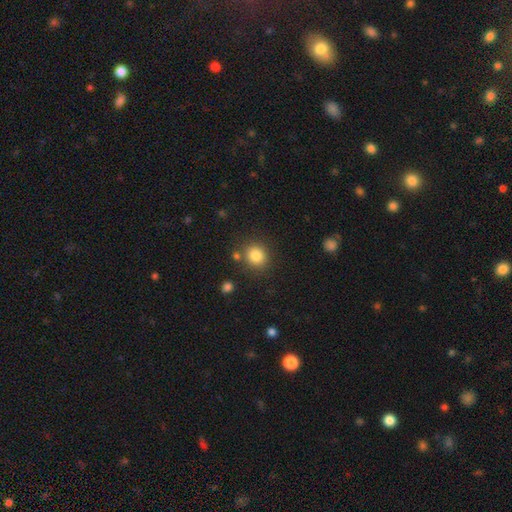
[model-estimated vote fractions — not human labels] Smooth or featured? Predicted: smooth (p=0.84). How rounded? Predicted: round (p=0.83). Merging? Predicted: none (p=0.81).